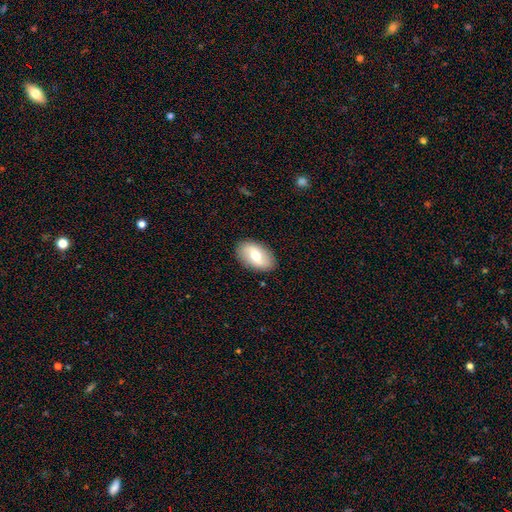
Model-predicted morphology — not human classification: Smooth or featured: smooth — 58% (featured or disk — 36%)
How rounded: in between — 92% (round — 6%)
Merging: none — 88% (minor disturbance — 9%)